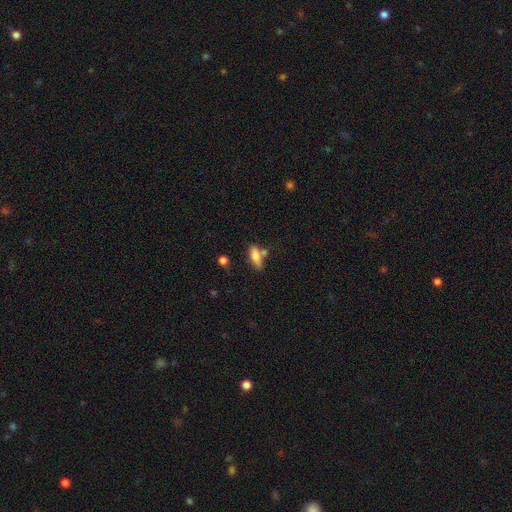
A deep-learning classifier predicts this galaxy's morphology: Q: Smooth or featured?
A: smooth (74%); runner-up: featured or disk (18%)
Q: How rounded?
A: in between (64%); runner-up: cigar-shaped (32%)
Q: Merging?
A: none (57%); runner-up: minor disturbance (19%)